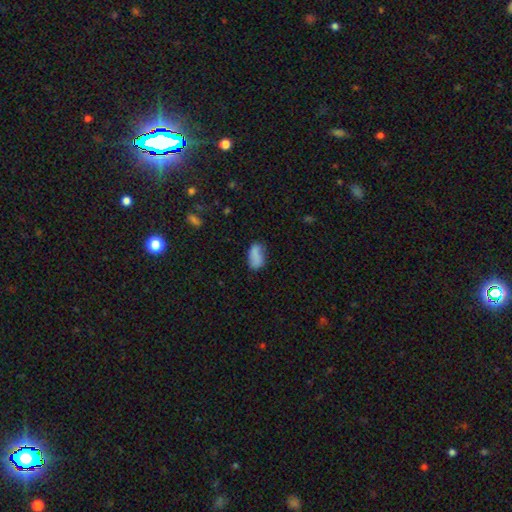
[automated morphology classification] Smooth or featured: smooth — 81% (featured or disk — 10%)
How rounded: in between — 92% (round — 5%)
Merging: none — 58% (minor disturbance — 27%)